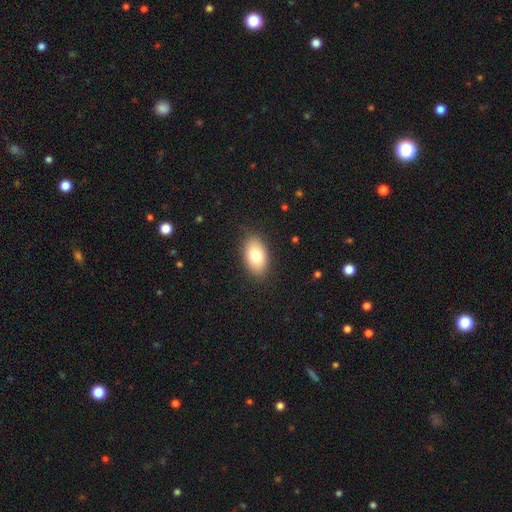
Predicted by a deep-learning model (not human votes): Morphology: type=smooth (78%); roundness=in between (92%); merging=none (85%).